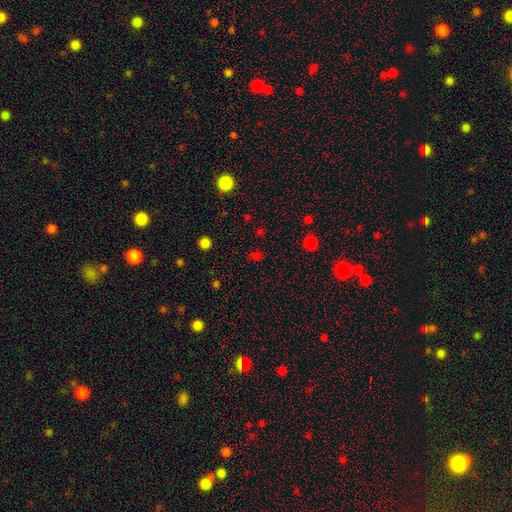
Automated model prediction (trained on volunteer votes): This is possibly a smooth galaxy (55%). How rounded: possibly round (55%). Merging: clearly none (81%).